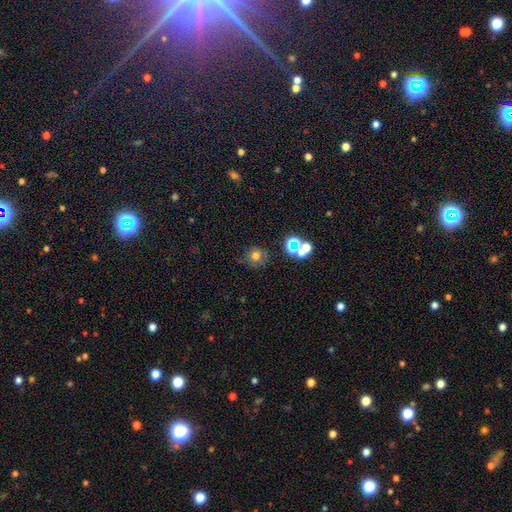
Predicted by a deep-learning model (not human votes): A smooth galaxy with no disk features (69%) that is round (90%). Merging: none (73%).